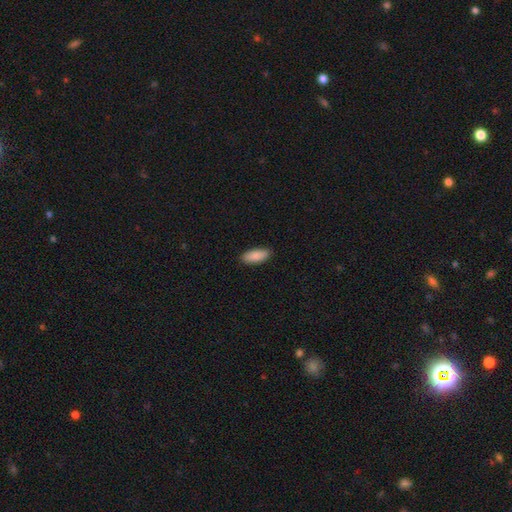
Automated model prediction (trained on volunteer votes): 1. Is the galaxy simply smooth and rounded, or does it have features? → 89% smooth, 6% star or artifact, 5% featured or disk.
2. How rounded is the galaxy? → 85% in between, 13% cigar-shaped, 2% round.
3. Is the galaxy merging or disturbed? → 90% none, 8% minor disturbance, 2% major disturbance, 1% merger.